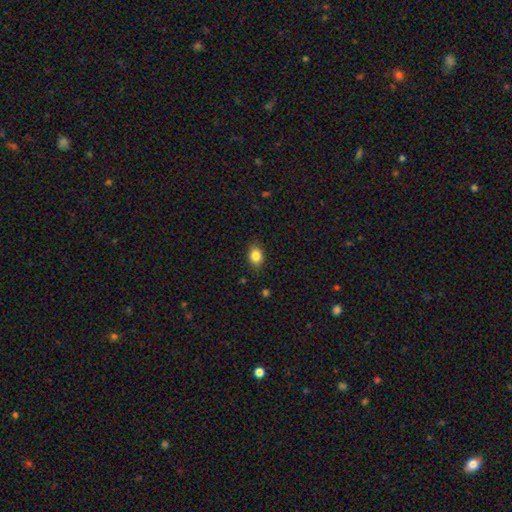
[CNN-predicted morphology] Q: Smooth or featured?
A: smooth (85%); runner-up: star or artifact (9%)
Q: How rounded?
A: in between (68%); runner-up: round (31%)
Q: Merging?
A: none (85%); runner-up: minor disturbance (12%)